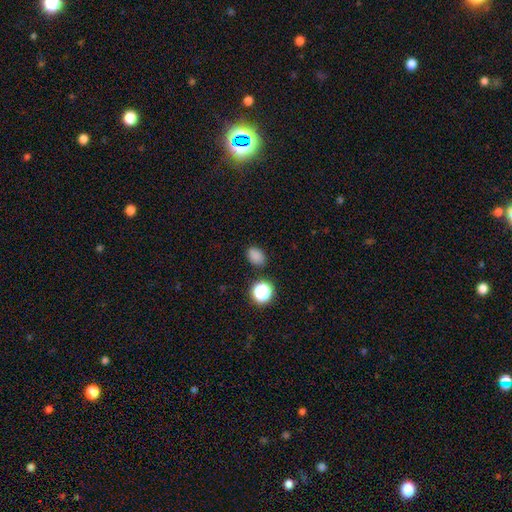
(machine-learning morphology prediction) Smooth or featured? Predicted: smooth (p=0.81). How rounded? Predicted: in between (p=0.71). Merging? Predicted: none (p=0.82).